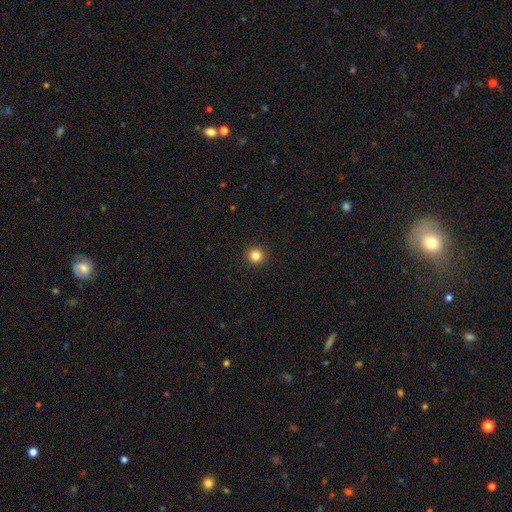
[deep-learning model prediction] Smooth or featured: smooth — 83% (star or artifact — 12%)
How rounded: round — 95% (in between — 4%)
Merging: none — 93% (minor disturbance — 4%)